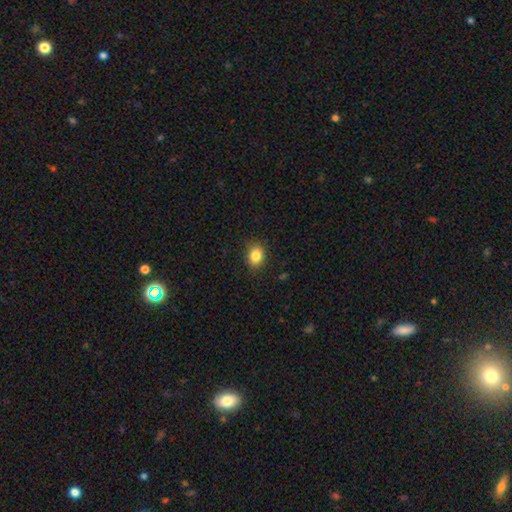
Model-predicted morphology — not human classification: smooth-or-featured: smooth: 84% | star or artifact: 10% | featured or disk: 6%
  how-rounded: in between: 55% | round: 44% | cigar-shaped: 1%
  merging: none: 85% | minor disturbance: 11% | major disturbance: 3% | merger: 1%